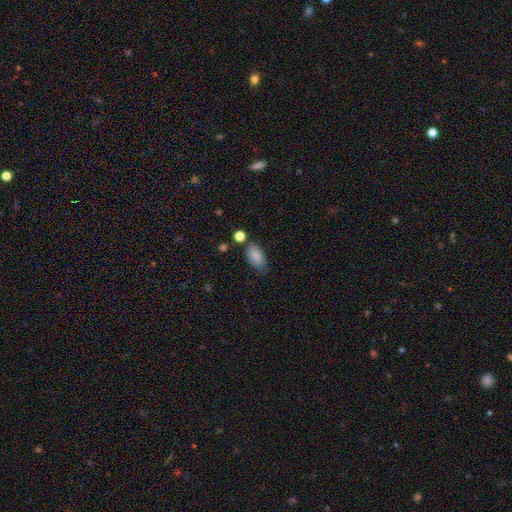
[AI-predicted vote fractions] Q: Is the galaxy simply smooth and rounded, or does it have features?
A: smooth — 85%.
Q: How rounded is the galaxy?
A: in between — 92%.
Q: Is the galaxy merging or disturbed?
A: none — 70%.